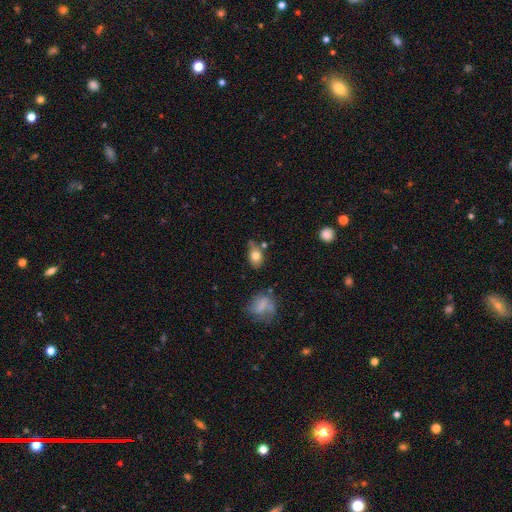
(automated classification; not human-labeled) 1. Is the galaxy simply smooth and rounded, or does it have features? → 77% smooth, 13% featured or disk, 10% star or artifact.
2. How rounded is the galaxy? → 69% in between, 29% round, 2% cigar-shaped.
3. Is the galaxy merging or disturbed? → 56% none, 27% minor disturbance, 9% merger, 8% major disturbance.